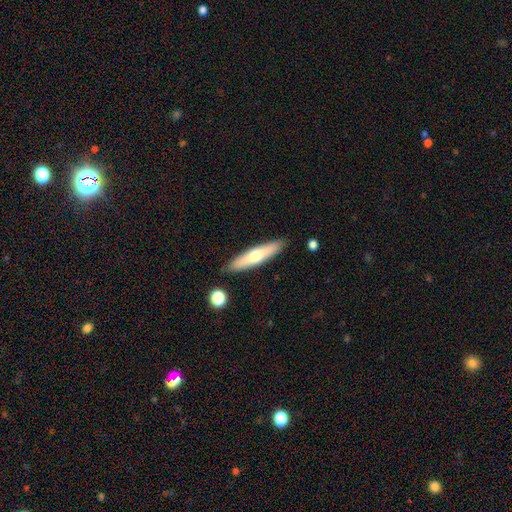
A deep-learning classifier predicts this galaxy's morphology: The model was most divided on "smooth or featured": smooth: 56%, featured or disk: 38%, star or artifact: 6%. More confident: merging — none (87%); how rounded — cigar-shaped (82%).